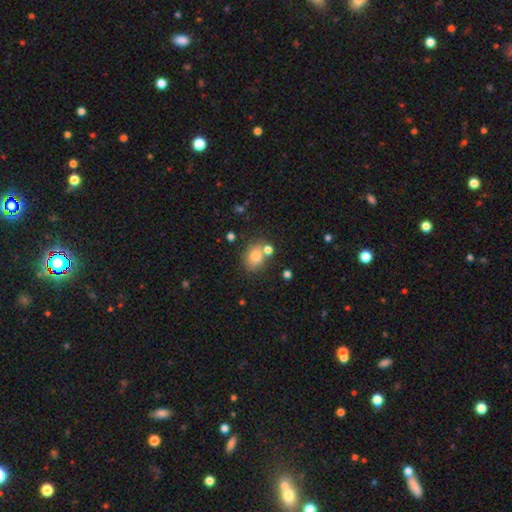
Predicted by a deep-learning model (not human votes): smooth 80%, star or artifact 11%, featured or disk 9%. Down the decision tree: how rounded — round (56%); merging — none (61%).